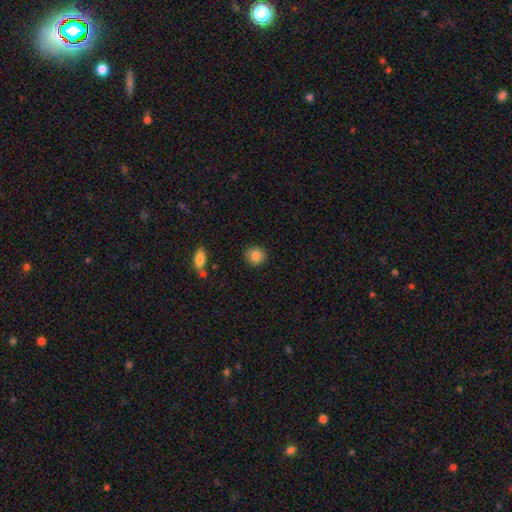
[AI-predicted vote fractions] Smooth or featured? smooth (85%)
How rounded? round (88%)
Merging? none (89%)